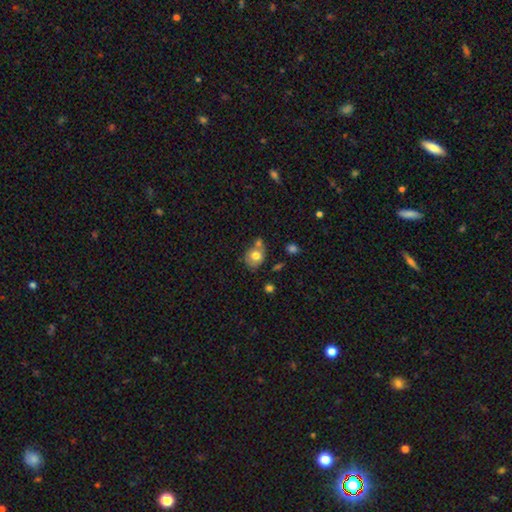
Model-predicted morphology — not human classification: smooth 75%, featured or disk 16%, star or artifact 9%. Down the decision tree: how rounded — round (56%); merging — none (47%).